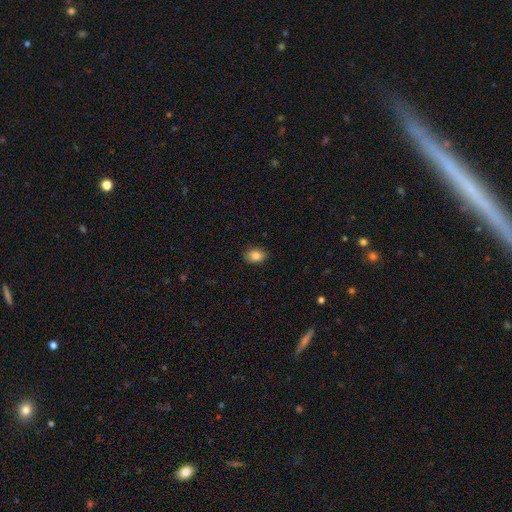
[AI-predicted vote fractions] smooth-or-featured: smooth: 85% | star or artifact: 9% | featured or disk: 7%
  how-rounded: in between: 78% | round: 20% | cigar-shaped: 1%
  merging: none: 88% | minor disturbance: 9% | major disturbance: 2% | merger: 1%